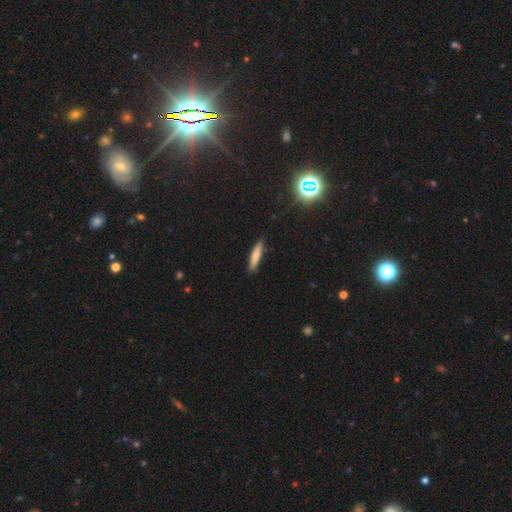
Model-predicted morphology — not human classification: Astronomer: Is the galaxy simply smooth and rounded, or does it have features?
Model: smooth — 77%.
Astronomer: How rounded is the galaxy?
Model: cigar-shaped — 84%.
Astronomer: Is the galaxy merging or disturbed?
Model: none — 86%.